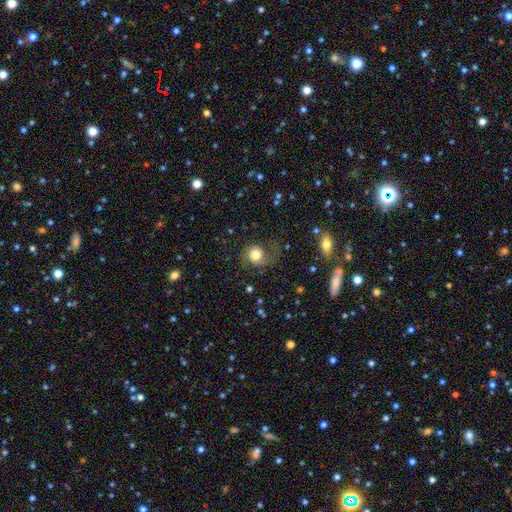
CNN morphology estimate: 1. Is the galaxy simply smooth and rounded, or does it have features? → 55% smooth, 35% featured or disk, 10% star or artifact.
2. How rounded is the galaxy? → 73% round, 26% in between, 1% cigar-shaped.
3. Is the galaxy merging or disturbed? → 51% none, 26% major disturbance, 21% minor disturbance, 2% merger.